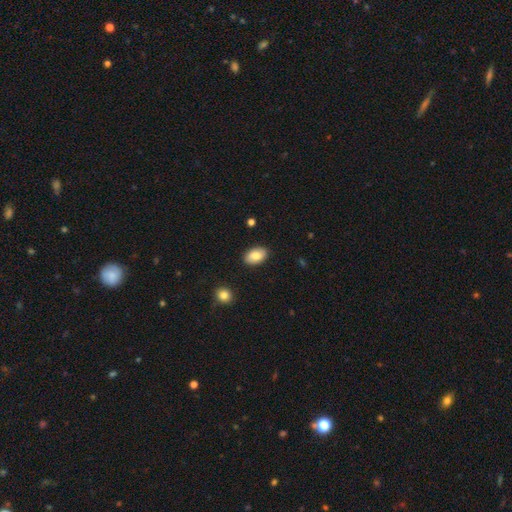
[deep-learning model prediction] A smooth galaxy with no disk features (83%) that is in between round and cigar-shaped (91%).

Vote fractions:
- Smooth or featured? smooth: 83% / featured or disk: 10% / star or artifact: 7%
- How rounded? in between: 91% / round: 8% / cigar-shaped: 1%
- Merging? none: 88% / minor disturbance: 9% / major disturbance: 2% / merger: 1%